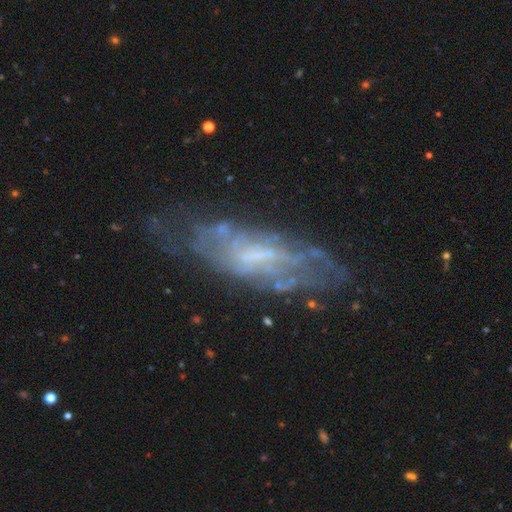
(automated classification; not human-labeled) Q: Smooth or featured?
A: featured or disk (71%); runner-up: smooth (19%)
Q: Edge-on disk?
A: no (80%); runner-up: yes (20%)
Q: Bar?
A: no (43%); runner-up: weak (40%)
Q: Spiral arms?
A: yes (50%); tied with: no (50%)
Q: Bulge size?
A: none (40%); runner-up: small (36%)
Q: Merging?
A: none (58%); runner-up: minor disturbance (23%)